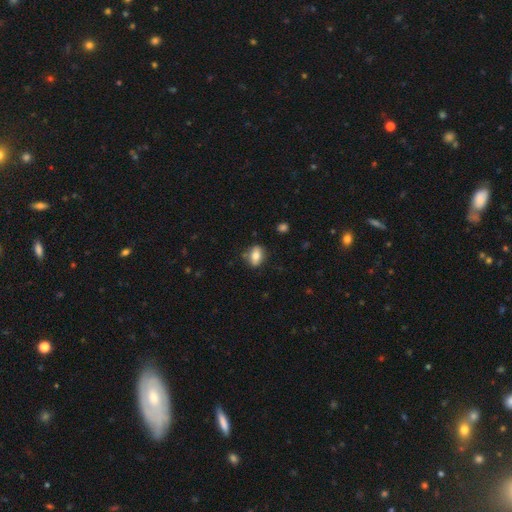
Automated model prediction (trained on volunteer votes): smooth-or-featured: smooth: 75% | featured or disk: 17% | star or artifact: 8%
  how-rounded: in between: 80% | round: 15% | cigar-shaped: 5%
  merging: none: 78% | minor disturbance: 16% | major disturbance: 4% | merger: 3%